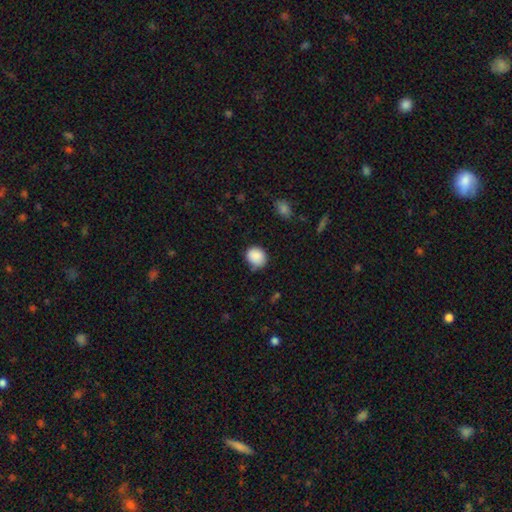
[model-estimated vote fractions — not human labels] A smooth galaxy with no disk features (88%) that is round (65%).

Vote fractions:
- Smooth or featured? smooth: 88% / star or artifact: 8% / featured or disk: 4%
- How rounded? round: 65% / in between: 34% / cigar-shaped: 1%
- Merging? none: 74% / minor disturbance: 20% / major disturbance: 4% / merger: 2%